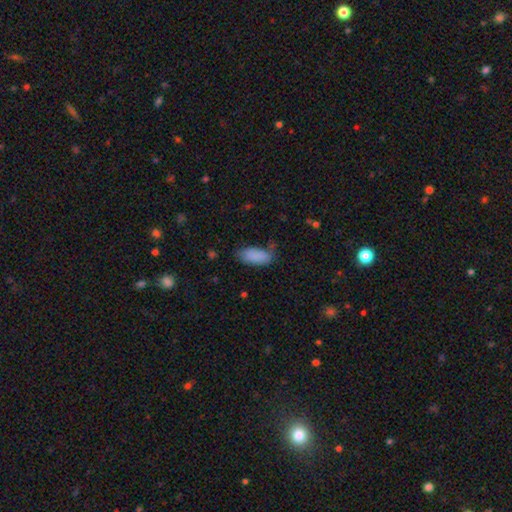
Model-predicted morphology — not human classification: The model was most divided on "merging": none: 65%, minor disturbance: 26%, major disturbance: 7%, merger: 3%. More confident: how rounded — in between (89%); smooth or featured — smooth (88%).